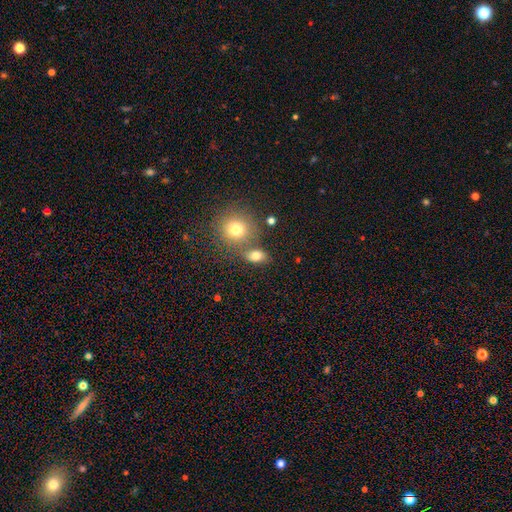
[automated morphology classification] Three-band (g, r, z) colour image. It shows a smooth galaxy with no disk features (77%) that is in between round and cigar-shaped (67%). Merging: none (60%).